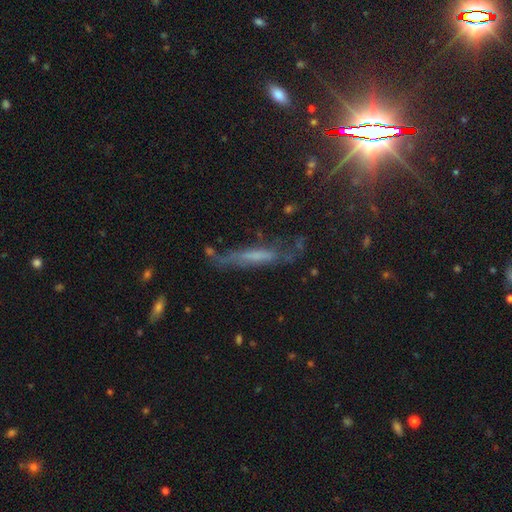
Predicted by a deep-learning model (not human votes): This is possibly a featured or disk galaxy (48%). Merging: possibly none (55%).